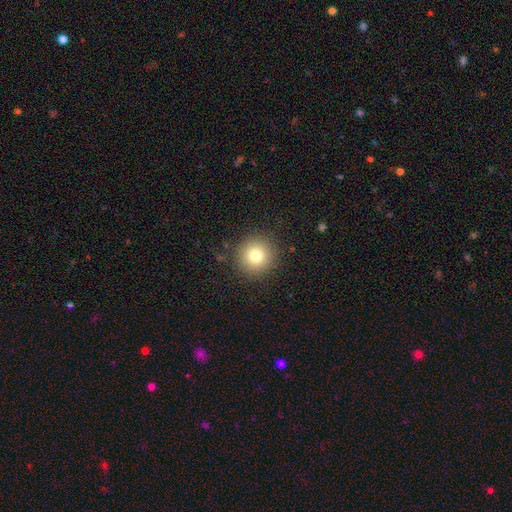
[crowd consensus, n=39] This appears to be a smooth galaxy with no disk features (85%) that is round (88%). Merging: none (92%).